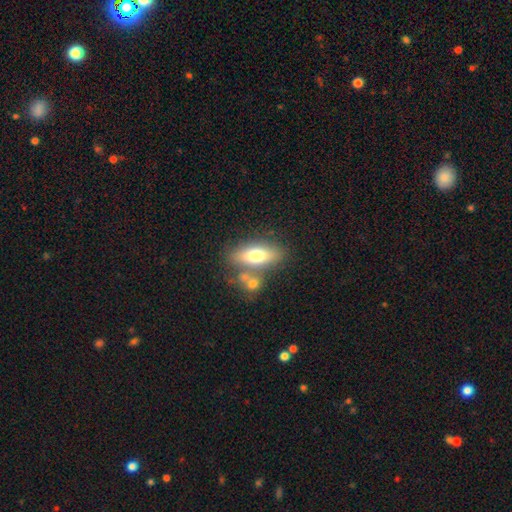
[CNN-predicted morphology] Smooth or featured? Predicted: smooth (p=0.66). How rounded? Predicted: in between (p=0.75). Merging? Predicted: none (p=0.58).